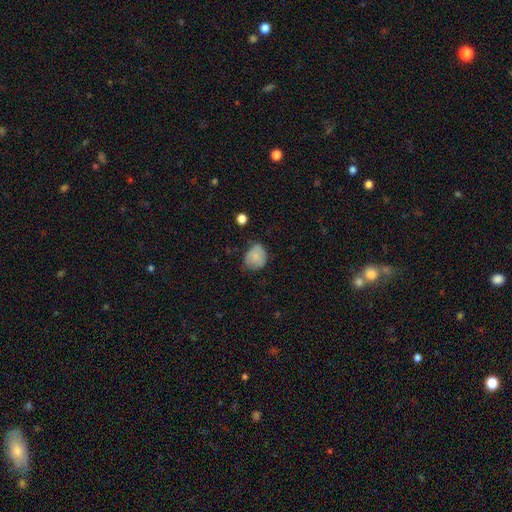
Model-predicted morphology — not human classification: The model was most divided on "merging": none: 51%, minor disturbance: 38%, major disturbance: 9%, merger: 2%. More confident: smooth or featured — smooth (75%); how rounded — round (60%).